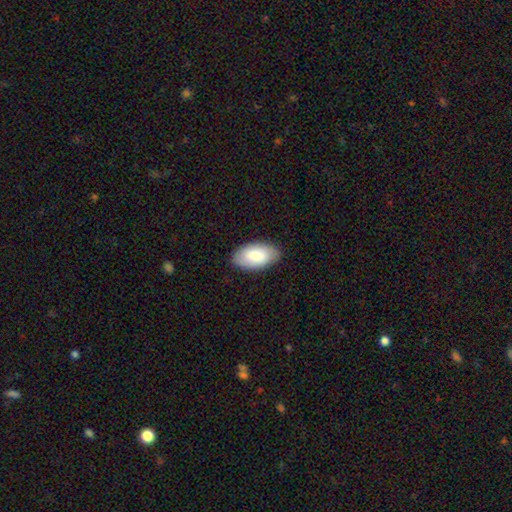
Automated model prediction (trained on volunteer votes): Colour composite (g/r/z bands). It shows a smooth galaxy with no disk features (81%) that is in between round and cigar-shaped (96%). Merging: none (87%).